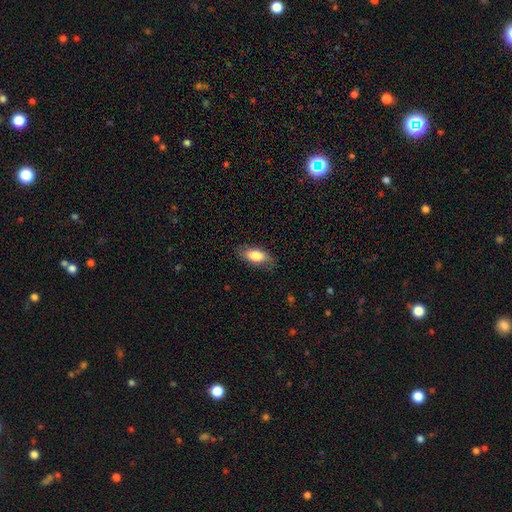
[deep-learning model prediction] This appears to be a smooth galaxy with no disk features (79%) that is in between round and cigar-shaped (85%). Merging: none (77%).